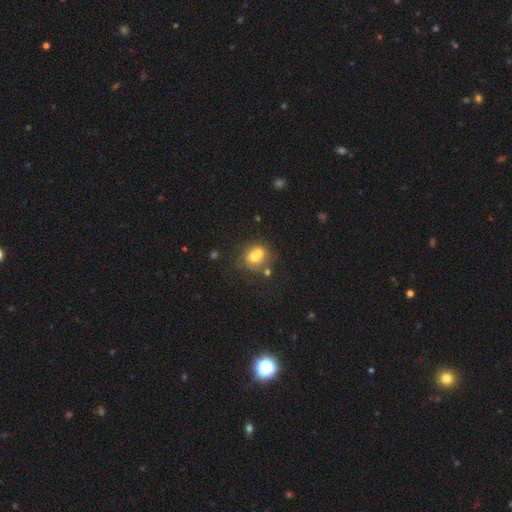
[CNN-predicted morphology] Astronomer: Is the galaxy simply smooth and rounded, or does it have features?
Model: smooth — 62%.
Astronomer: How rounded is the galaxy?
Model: round — 74%.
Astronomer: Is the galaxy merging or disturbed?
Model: merger — 57%.